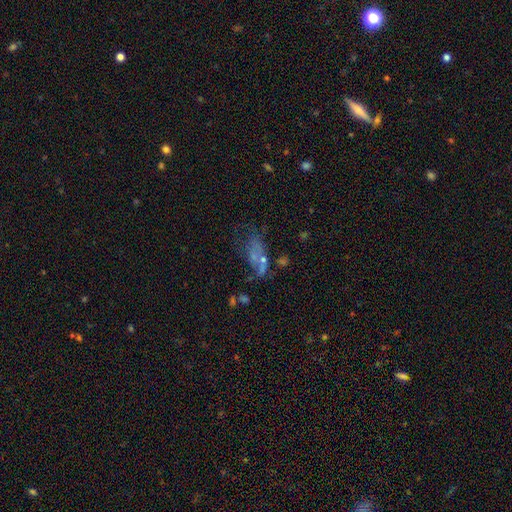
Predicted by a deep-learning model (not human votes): This appears to be a featured or disk galaxy (37%). Merging: none (36%).